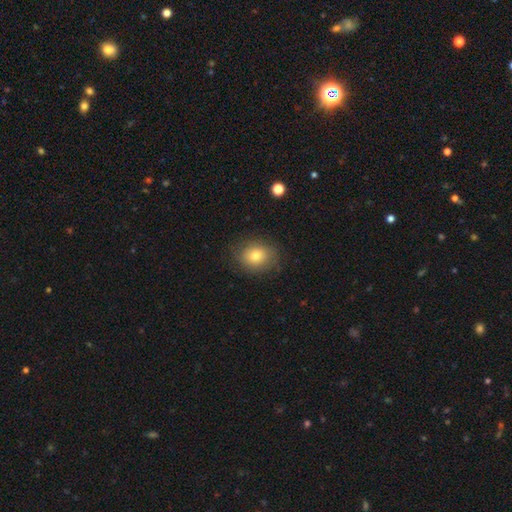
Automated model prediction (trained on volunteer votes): Smooth or featured? smooth (77%)
How rounded? round (64%)
Merging? none (83%)